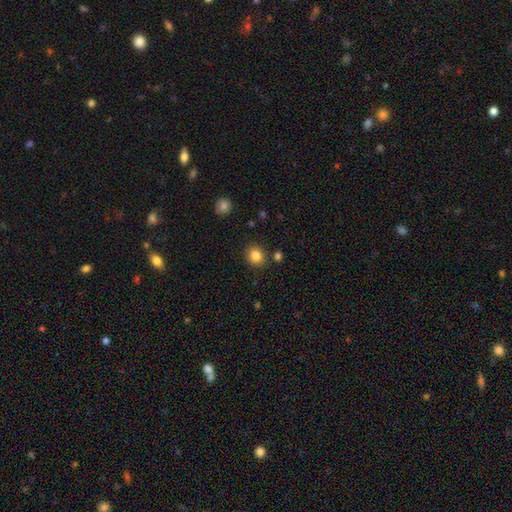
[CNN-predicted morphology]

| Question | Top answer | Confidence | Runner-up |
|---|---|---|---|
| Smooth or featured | smooth | 84% | star or artifact (10%) |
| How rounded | round | 80% | in between (20%) |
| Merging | none | 86% | minor disturbance (8%) |